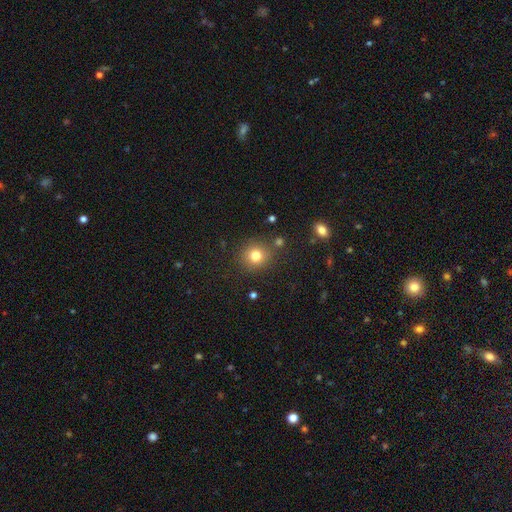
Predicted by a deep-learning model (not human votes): The model was most divided on "smooth or featured": smooth: 80%, star or artifact: 13%, featured or disk: 7%. More confident: how rounded — round (89%); merging — none (84%).